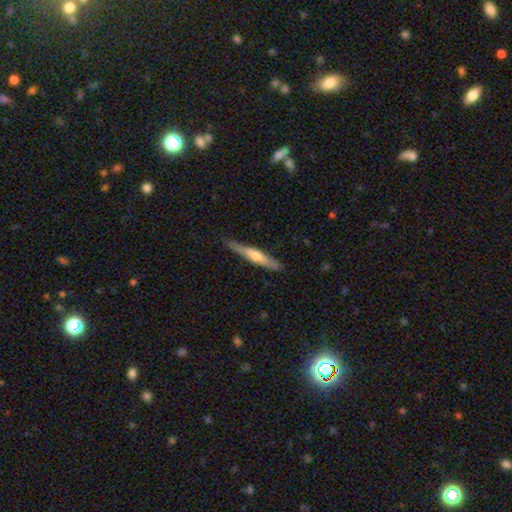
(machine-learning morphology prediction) type=featured or disk (52%); edge-on=yes (93%); merging=none (85%).